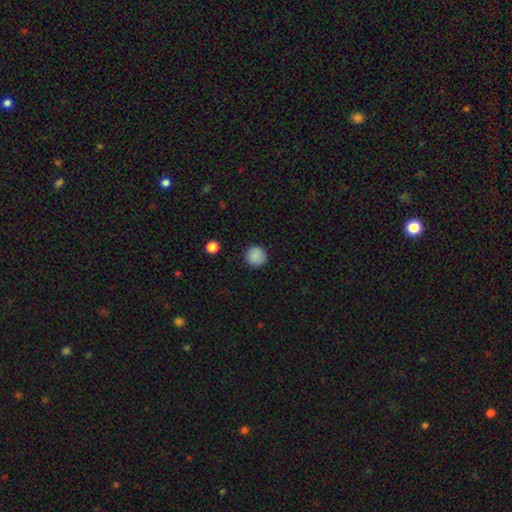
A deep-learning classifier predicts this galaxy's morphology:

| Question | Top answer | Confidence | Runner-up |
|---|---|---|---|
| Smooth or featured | smooth | 88% | star or artifact (9%) |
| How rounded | round | 94% | in between (5%) |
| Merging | none | 91% | minor disturbance (6%) |